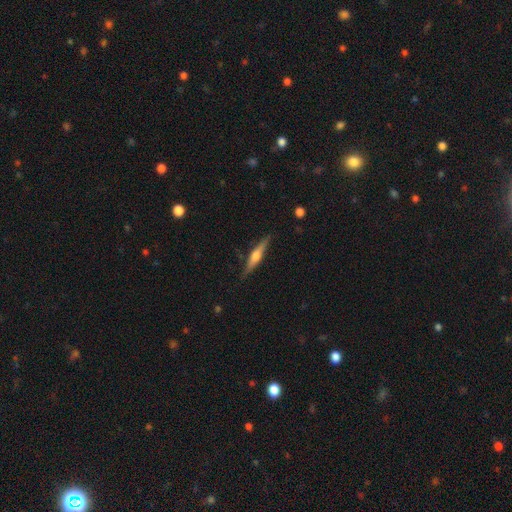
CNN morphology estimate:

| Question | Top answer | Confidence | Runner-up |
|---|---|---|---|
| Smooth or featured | featured or disk | 62% | smooth (32%) |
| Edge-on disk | yes | 96% | no (4%) |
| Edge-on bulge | rounded | 84% | boxy (9%) |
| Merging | none | 84% | minor disturbance (12%) |